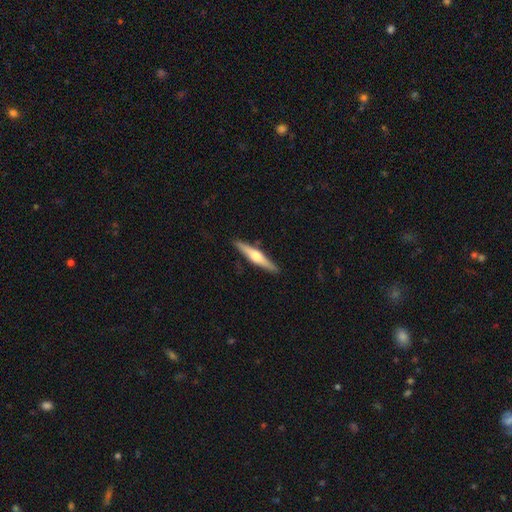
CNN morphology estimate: Smooth or featured? Predicted: featured or disk (p=0.63). Edge-on disk? Predicted: yes (p=0.97). Edge-on bulge? Predicted: rounded (p=0.92). Merging? Predicted: none (p=0.90).